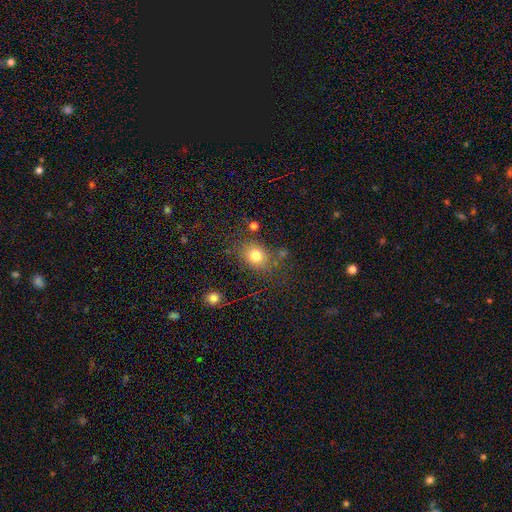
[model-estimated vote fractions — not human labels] smooth_or_featured: smooth (p=0.79) [alt: star or artifact p=0.13]
how_rounded: round (p=0.54) [alt: in between p=0.44]
merging: none (p=0.74) [alt: minor disturbance p=0.14]